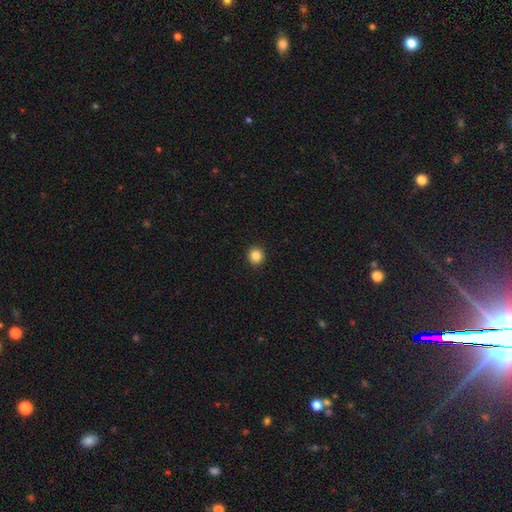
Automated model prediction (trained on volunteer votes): A smooth galaxy with no disk features (85%) that is round (92%).

Vote fractions:
- Smooth or featured? smooth: 85% / star or artifact: 11% / featured or disk: 4%
- How rounded? round: 92% / in between: 7% / cigar-shaped: 1%
- Merging? none: 93% / minor disturbance: 4% / major disturbance: 2% / merger: 1%